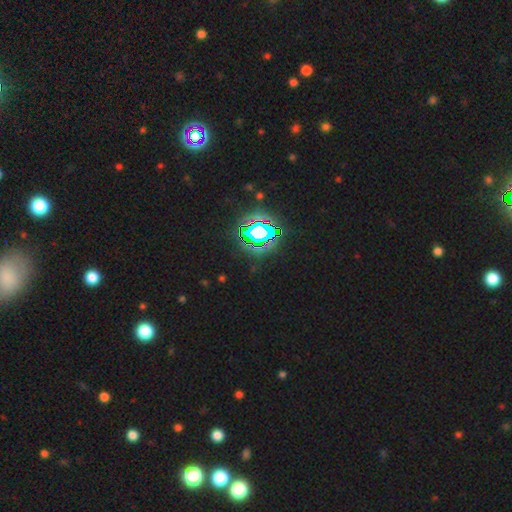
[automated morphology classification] Smooth or featured: star or artifact — 81% (smooth — 12%)